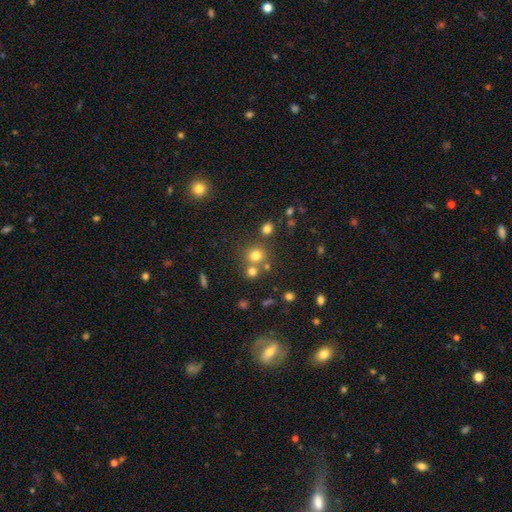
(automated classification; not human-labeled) Smooth or featured?
  - smooth: 74% *
  - star or artifact: 18%
  - featured or disk: 8%
How rounded?
  - round: 86% *
  - in between: 13%
  - cigar-shaped: 1%
Merging?
  - none: 64% *
  - merger: 24%
  - minor disturbance: 8%
  - major disturbance: 4%